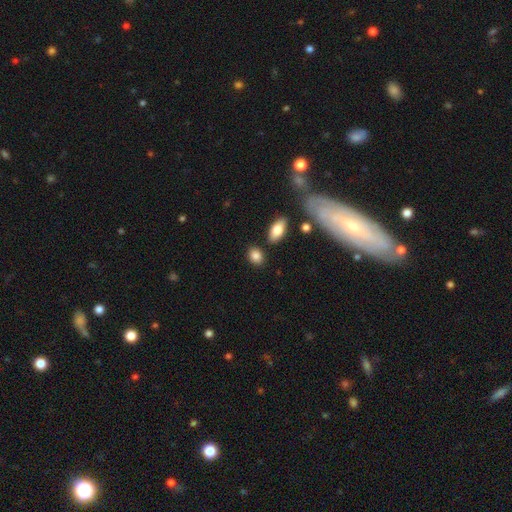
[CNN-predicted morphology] Smooth or featured? smooth (85%)
How rounded? in between (57%)
Merging? none (80%)